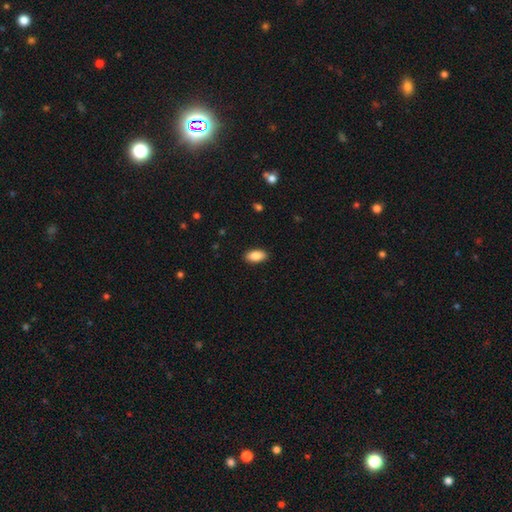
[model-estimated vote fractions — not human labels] This is clearly a smooth galaxy (87%). How rounded: clearly in between (92%). Merging: clearly none (90%).